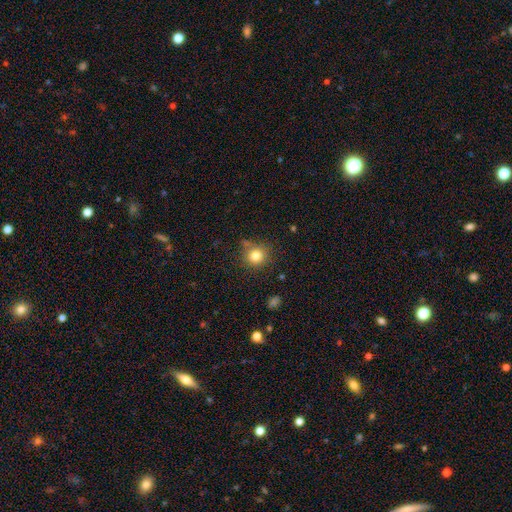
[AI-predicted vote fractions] smooth-or-featured: smooth: 81% | star or artifact: 12% | featured or disk: 7%
  how-rounded: round: 90% | in between: 9% | cigar-shaped: 1%
  merging: none: 80% | minor disturbance: 12% | merger: 5% | major disturbance: 4%